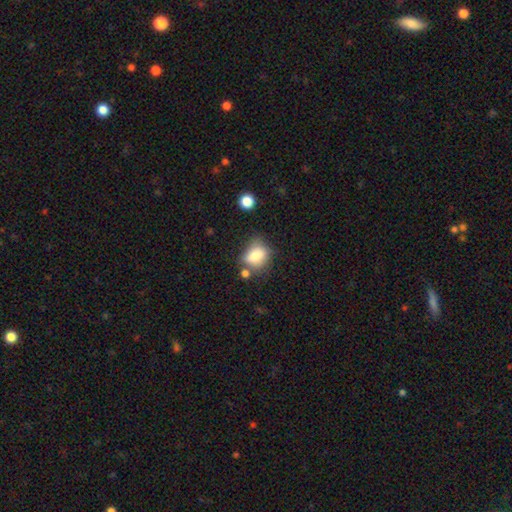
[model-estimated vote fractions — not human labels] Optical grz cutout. It shows a smooth galaxy with no disk features (78%) that is in between round and cigar-shaped (64%). Merging: none (49%).